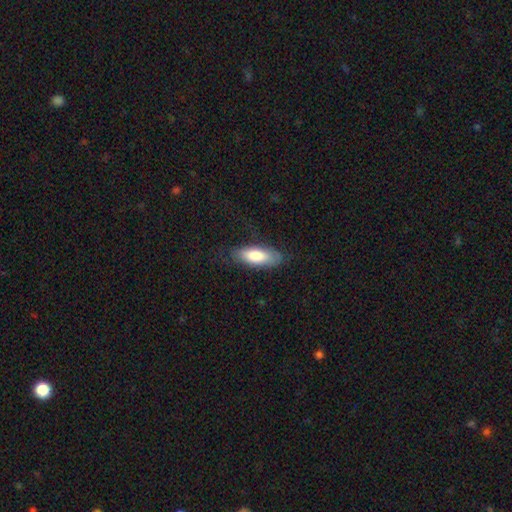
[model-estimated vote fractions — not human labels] smooth_or_featured: smooth (p=0.79) [alt: featured or disk p=0.15]
how_rounded: in between (p=0.72) [alt: cigar-shaped p=0.27]
merging: none (p=0.76) [alt: minor disturbance p=0.18]